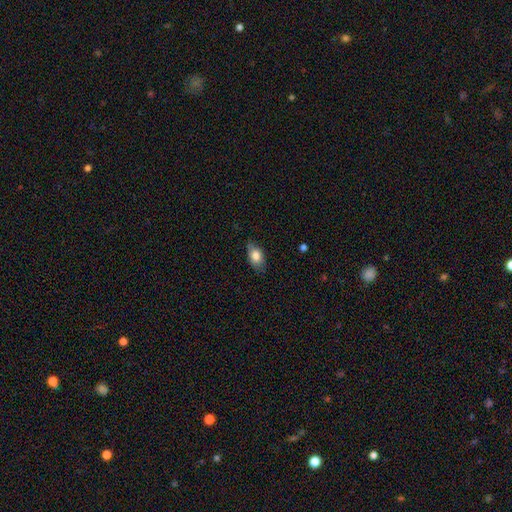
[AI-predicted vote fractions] smooth_or_featured: smooth (p=0.81) [alt: featured or disk p=0.12]
how_rounded: in between (p=0.88) [alt: round p=0.10]
merging: none (p=0.73) [alt: minor disturbance p=0.22]